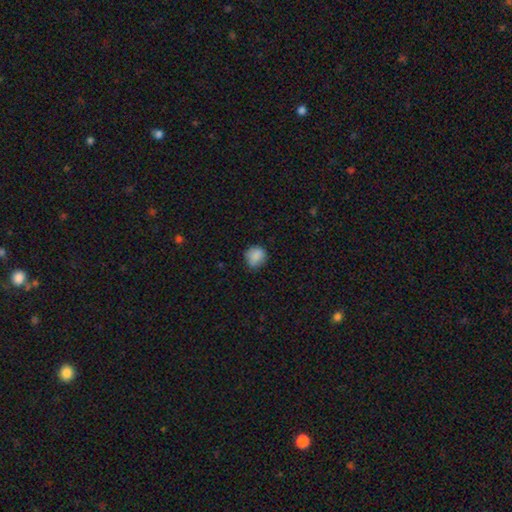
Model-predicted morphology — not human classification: The model was most divided on "merging": none: 75%, minor disturbance: 20%, major disturbance: 4%, merger: 1%. More confident: smooth or featured — smooth (86%); how rounded — round (81%).